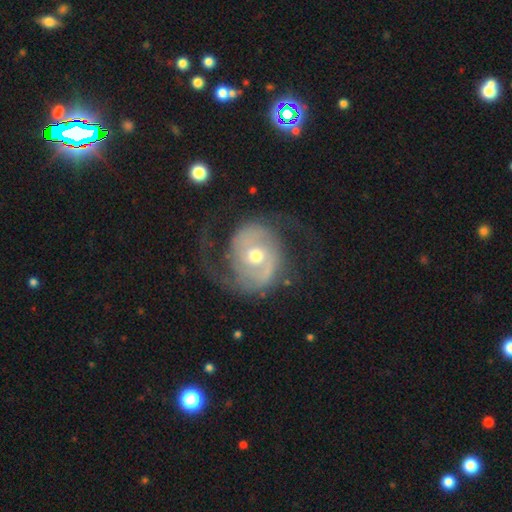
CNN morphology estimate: smooth_or_featured: featured or disk (p=0.84) [alt: smooth p=0.10]
disk_edge_on: no (p=0.97) [alt: yes p=0.03]
bar: no (p=0.54) [alt: weak p=0.33]
has_spiral_arms: yes (p=0.92) [alt: no p=0.08]
spiral_winding: medium (p=0.44) [alt: tight p=0.28]
spiral_arm_count: 2 (p=0.79) [alt: can't tell p=0.08]
bulge_size: moderate (p=0.63) [alt: small p=0.31]
merging: none (p=0.63) [alt: major disturbance p=0.20]